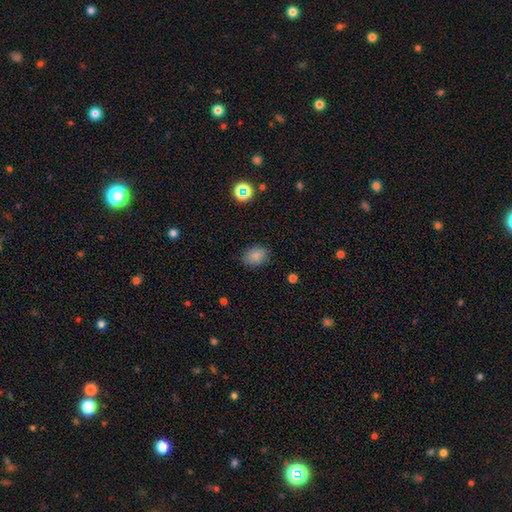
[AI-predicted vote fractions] Smooth or featured? Predicted: smooth (p=0.83). How rounded? Predicted: in between (p=0.64). Merging? Predicted: none (p=0.79).